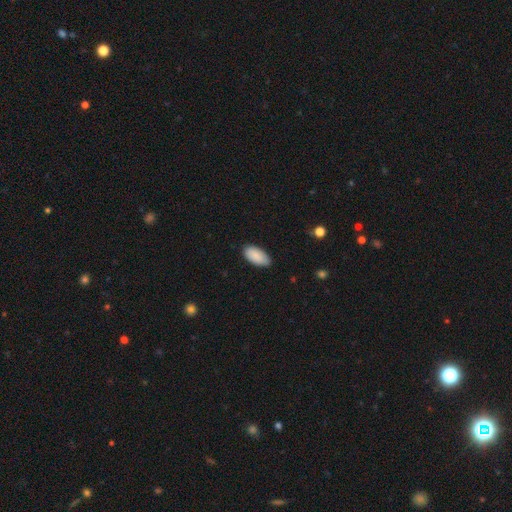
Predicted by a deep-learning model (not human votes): smooth 89%, star or artifact 6%, featured or disk 5%. Down the decision tree: how rounded — in between (95%); merging — none (80%).